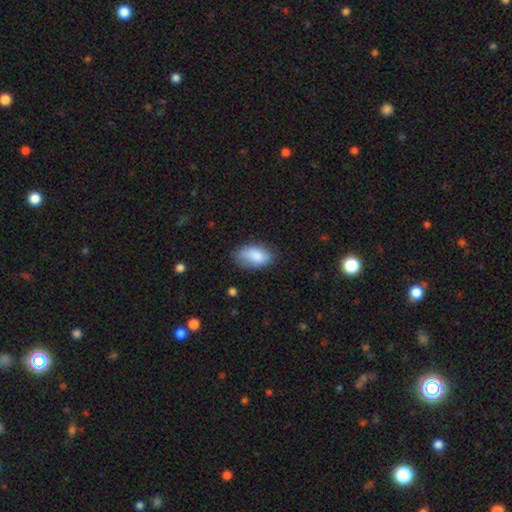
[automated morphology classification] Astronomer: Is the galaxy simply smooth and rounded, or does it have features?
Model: smooth — 85%.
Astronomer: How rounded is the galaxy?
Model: in between — 92%.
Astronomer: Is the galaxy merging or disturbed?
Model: none — 67%.